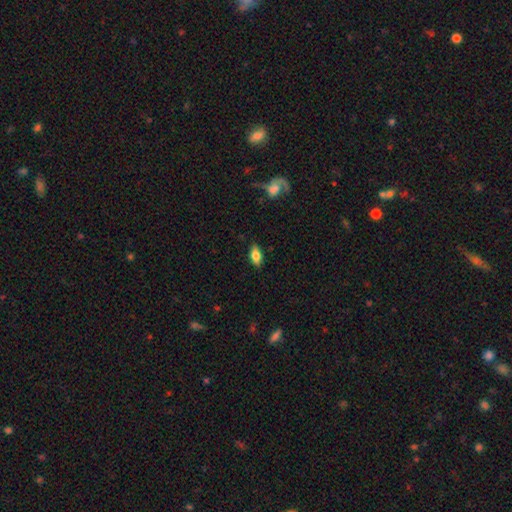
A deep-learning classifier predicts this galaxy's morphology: Smooth or featured: smooth — 71% (featured or disk — 21%)
How rounded: in between — 86% (cigar-shaped — 9%)
Merging: none — 86% (minor disturbance — 10%)